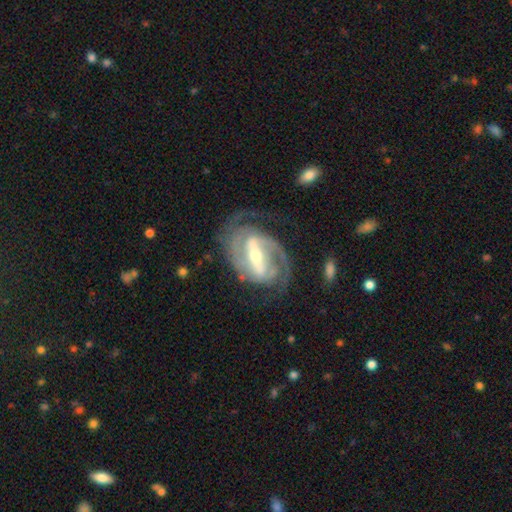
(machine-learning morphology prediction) This is clearly a featured or disk galaxy (91%). It is clearly not viewed edge-on (96%). Bar: likely strong (72%). Spiral arm pattern: clearly yes (97%). Spiral arm count: clearly 2 (83%). Spiral winding: possibly tight (49%). Central bulge: possibly moderate (48%). Merging: likely none (73%).